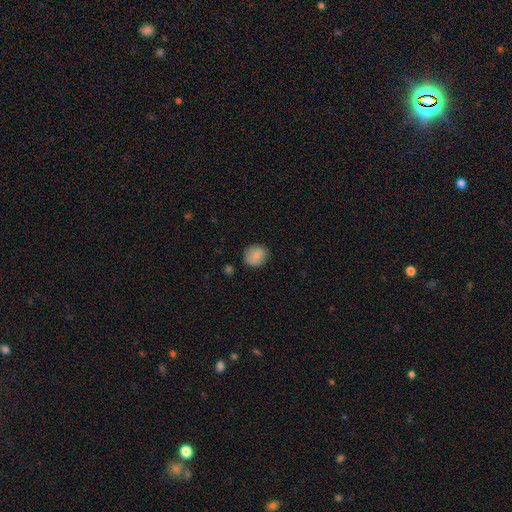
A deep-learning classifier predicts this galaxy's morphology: Smooth or featured? Predicted: smooth (p=0.84). How rounded? Predicted: round (p=0.74). Merging? Predicted: none (p=0.82).